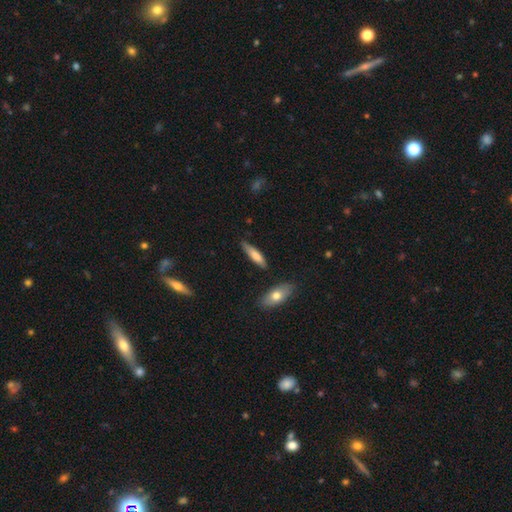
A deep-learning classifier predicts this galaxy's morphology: This is likely a smooth galaxy (72%). How rounded: likely cigar-shaped (72%). Merging: likely none (74%).